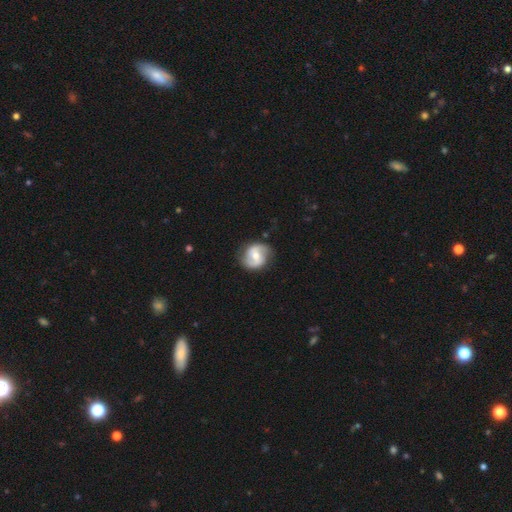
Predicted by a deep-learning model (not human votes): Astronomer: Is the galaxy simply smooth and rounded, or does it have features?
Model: featured or disk — 73%.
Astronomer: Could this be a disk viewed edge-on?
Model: no — 97%.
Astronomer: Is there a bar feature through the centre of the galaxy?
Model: weak — 43% (runner-up: no, 35%).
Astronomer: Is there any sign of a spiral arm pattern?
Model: yes — 87%.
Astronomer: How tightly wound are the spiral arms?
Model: medium — 45% (runner-up: loose, 32%).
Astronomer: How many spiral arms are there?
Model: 2 — 89%.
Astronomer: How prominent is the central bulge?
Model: moderate — 68%.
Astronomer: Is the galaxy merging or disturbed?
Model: none — 79%.